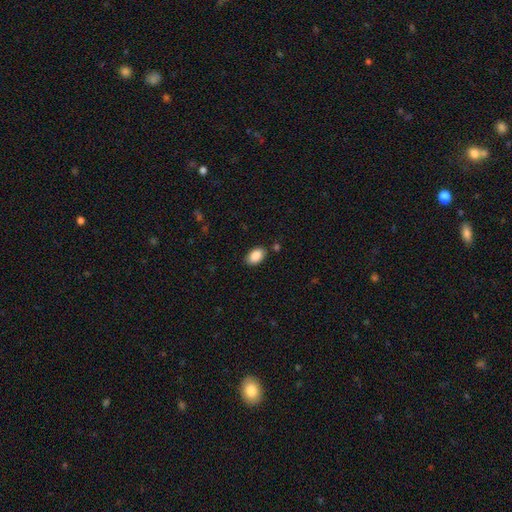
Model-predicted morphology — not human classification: type=smooth (89%); roundness=in between (92%); merging=none (83%).